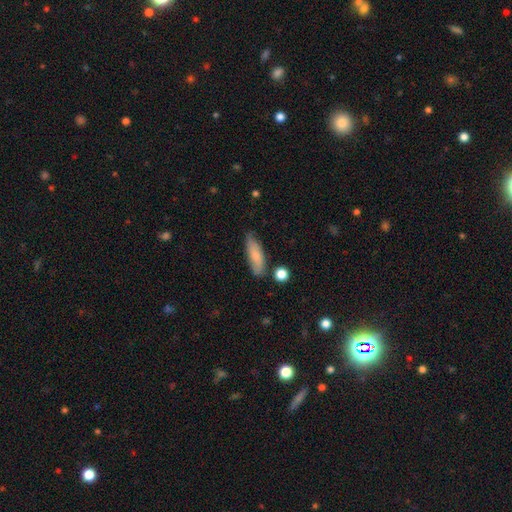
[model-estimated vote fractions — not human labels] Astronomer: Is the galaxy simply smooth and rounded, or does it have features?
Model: smooth — 76%.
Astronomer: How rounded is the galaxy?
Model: in between — 51% (runner-up: cigar-shaped, 46%).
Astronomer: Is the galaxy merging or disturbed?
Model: none — 75%.